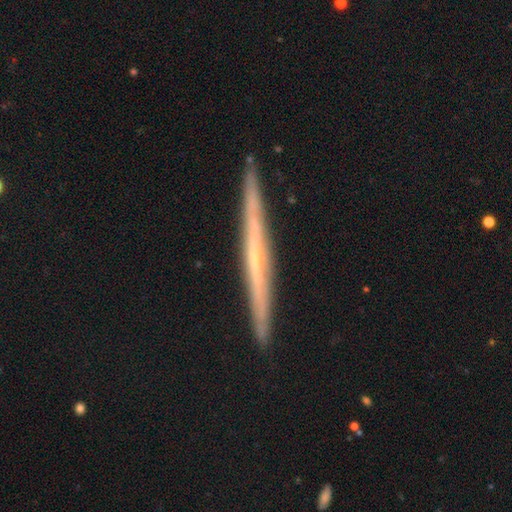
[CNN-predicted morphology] featured or disk 67%, smooth 26%, star or artifact 7%. Down the decision tree: edge-on disk — yes (97%); edge-on bulge — none (80%); merging — none (91%).